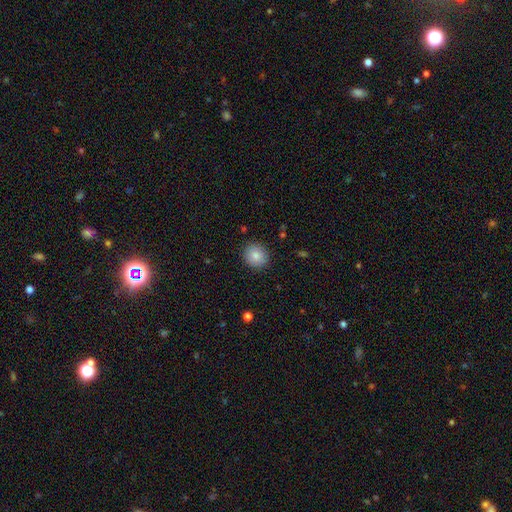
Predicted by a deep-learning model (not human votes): Morphology: type=smooth (84%); roundness=round (84%); merging=none (89%).